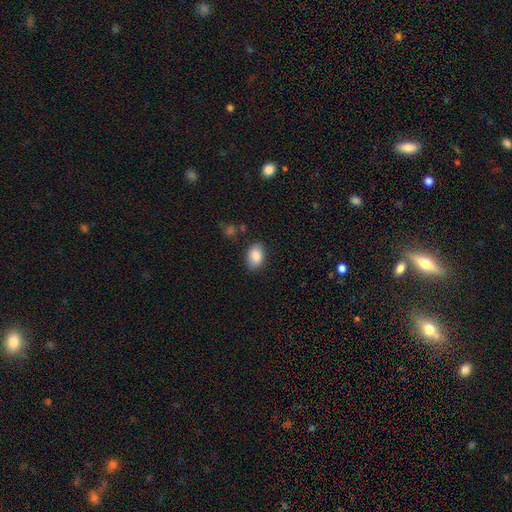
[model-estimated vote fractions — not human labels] Overall: smooth (87%). How rounded: in between (88%). Merging: none (83%).